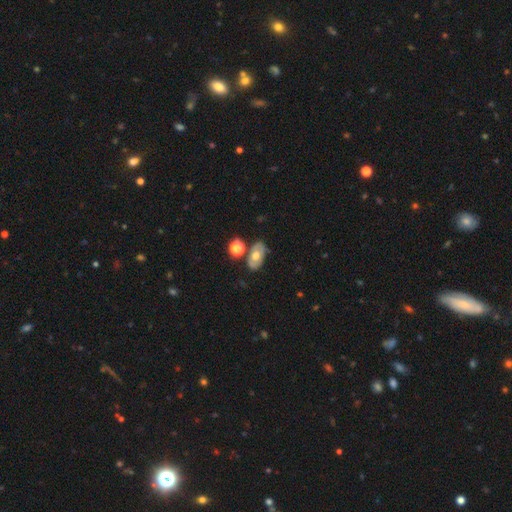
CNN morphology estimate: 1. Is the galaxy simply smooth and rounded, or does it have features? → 51% smooth, 40% featured or disk, 9% star or artifact.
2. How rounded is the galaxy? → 87% in between, 11% round, 2% cigar-shaped.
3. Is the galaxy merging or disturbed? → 70% none, 14% minor disturbance, 12% merger, 4% major disturbance.